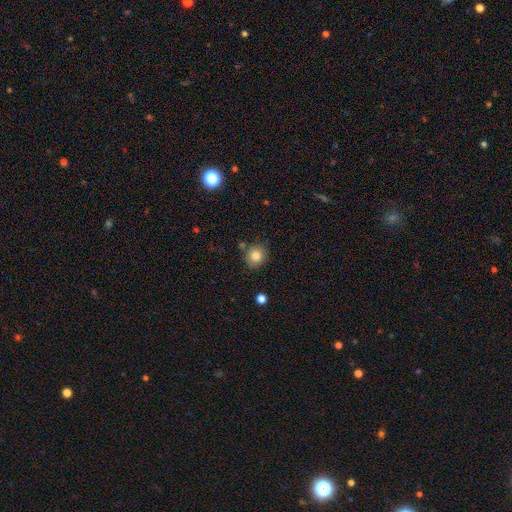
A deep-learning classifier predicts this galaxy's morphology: type=smooth (82%); roundness=round (86%); merging=none (79%).